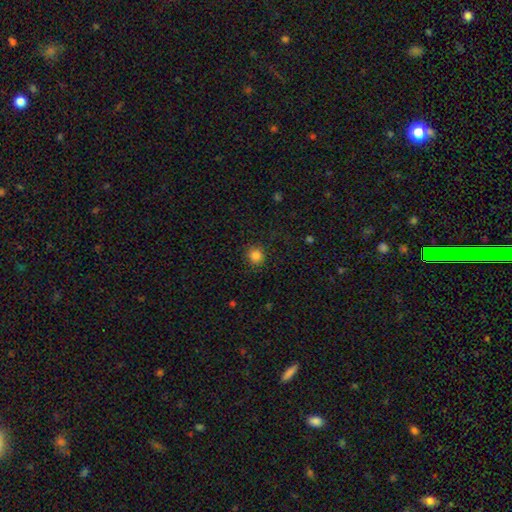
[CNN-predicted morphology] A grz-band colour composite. It shows a smooth galaxy with no disk features (84%) that is round (90%). Merging: none (88%).